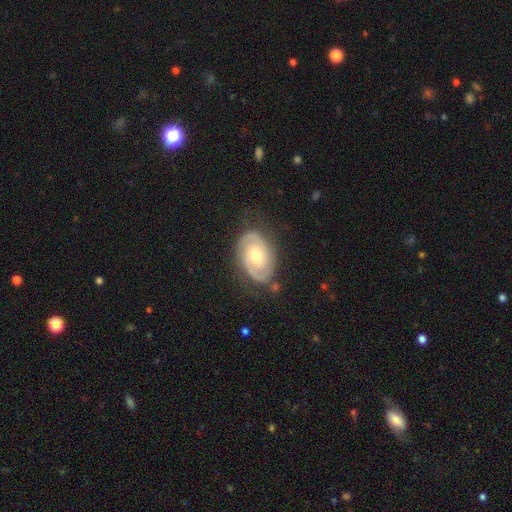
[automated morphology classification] Q: Smooth or featured?
A: featured or disk (84%); runner-up: smooth (11%)
Q: Edge-on disk?
A: no (97%); runner-up: yes (3%)
Q: Bar?
A: no (58%); runner-up: weak (34%)
Q: Spiral arms?
A: yes (95%); runner-up: no (5%)
Q: Spiral winding?
A: tight (62%); runner-up: medium (31%)
Q: Spiral arm count?
A: 2 (83%); runner-up: can't tell (8%)
Q: Bulge size?
A: moderate (70%); runner-up: small (24%)
Q: Merging?
A: none (78%); runner-up: minor disturbance (15%)